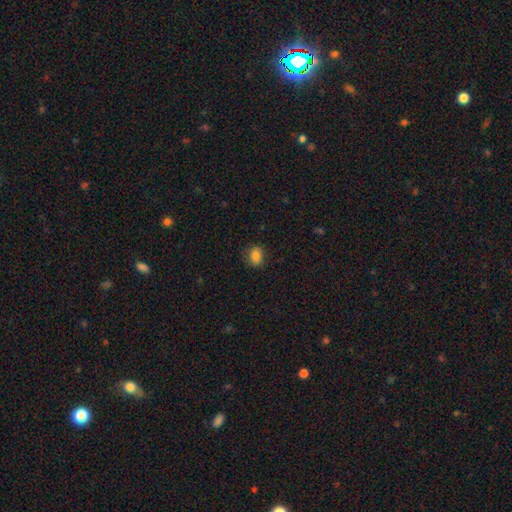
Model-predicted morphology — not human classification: Overall: smooth (83%). How rounded: in between (50%; round 49%). Merging: none (83%).